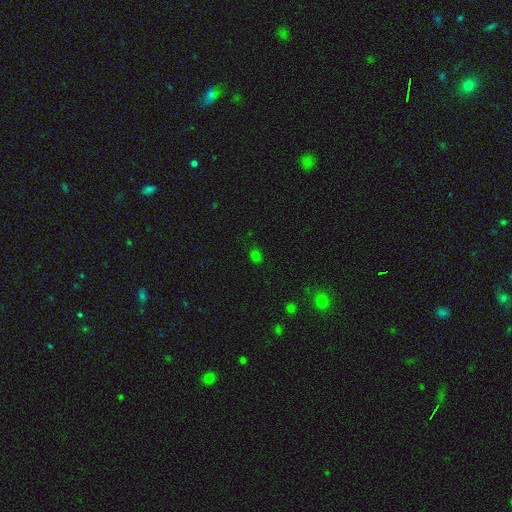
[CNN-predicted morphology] Overall: smooth (69%). How rounded: round (56%; in between 43%). Merging: none (85%).